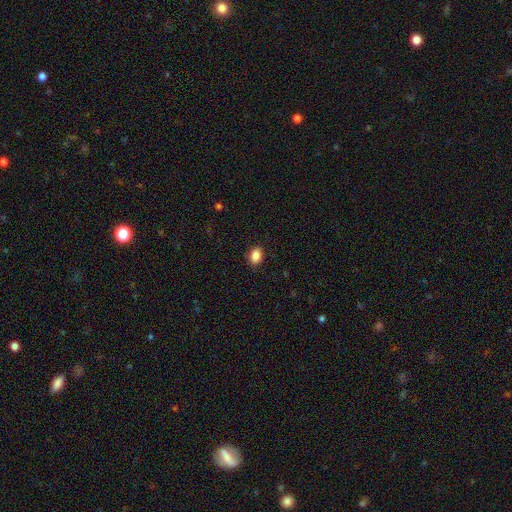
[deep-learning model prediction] Smooth or featured? Predicted: smooth (p=0.87). How rounded? Predicted: in between (p=0.73). Merging? Predicted: none (p=0.89).